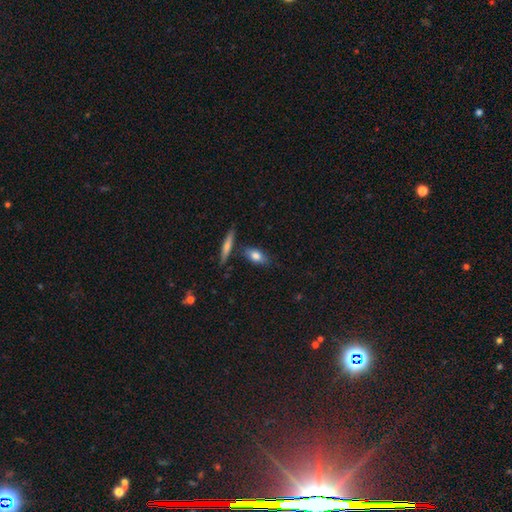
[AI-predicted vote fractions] Q: Smooth or featured?
A: smooth (75%); runner-up: featured or disk (18%)
Q: How rounded?
A: in between (74%); runner-up: cigar-shaped (20%)
Q: Merging?
A: none (73%); runner-up: minor disturbance (14%)